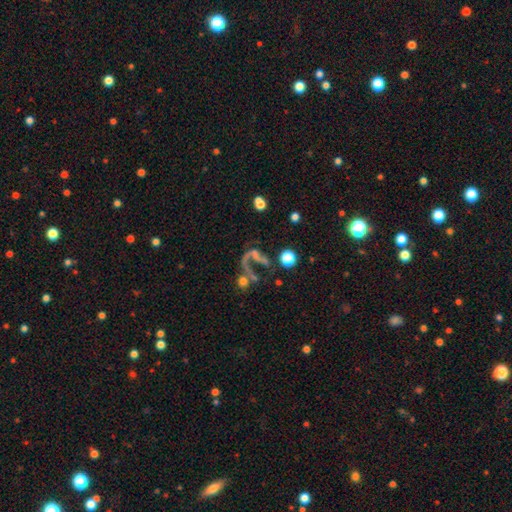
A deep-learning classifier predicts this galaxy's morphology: Smooth or featured: featured or disk — 52% (smooth — 24%)
Edge-on disk: no — 93% (yes — 7%)
Merging: major disturbance — 30% (tied with none — 30%)